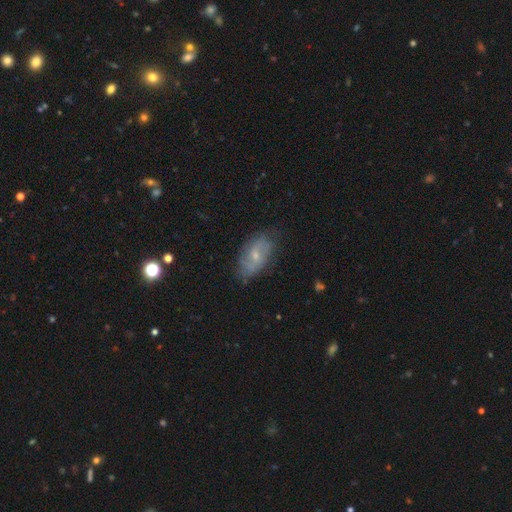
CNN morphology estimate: Smooth or featured? featured or disk (58%)
Edge-on disk? no (93%)
Bar? no (59%)
Spiral arms? yes (77%)
Bulge size? small (64%)
Merging? none (71%)